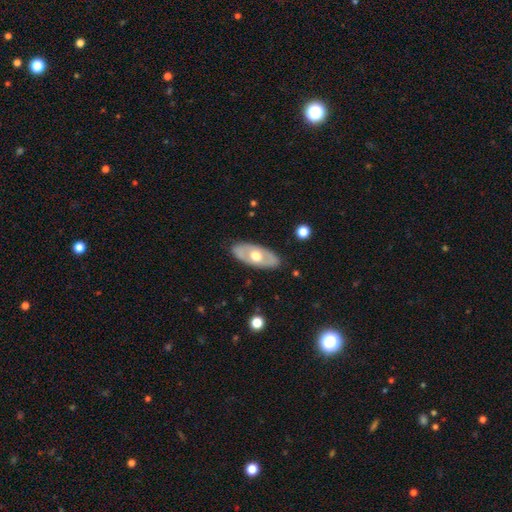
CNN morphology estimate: smooth-or-featured: featured or disk: 52% | smooth: 43% | star or artifact: 5%
  disk-edge-on: no: 79% | yes: 21%
  merging: none: 84% | minor disturbance: 12% | major disturbance: 3% | merger: 1%